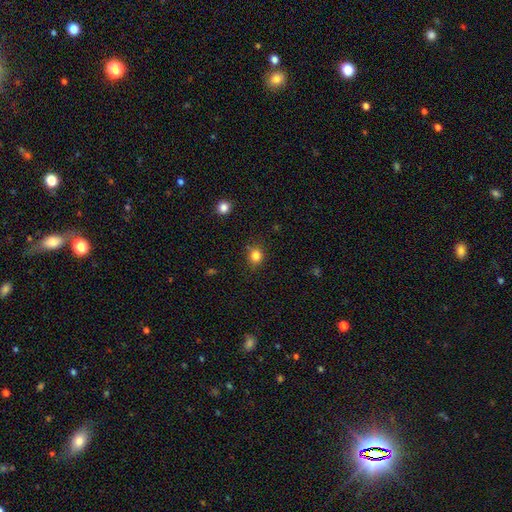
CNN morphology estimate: Q: Smooth or featured?
A: smooth (83%); runner-up: star or artifact (12%)
Q: How rounded?
A: round (78%); runner-up: in between (21%)
Q: Merging?
A: none (84%); runner-up: minor disturbance (11%)